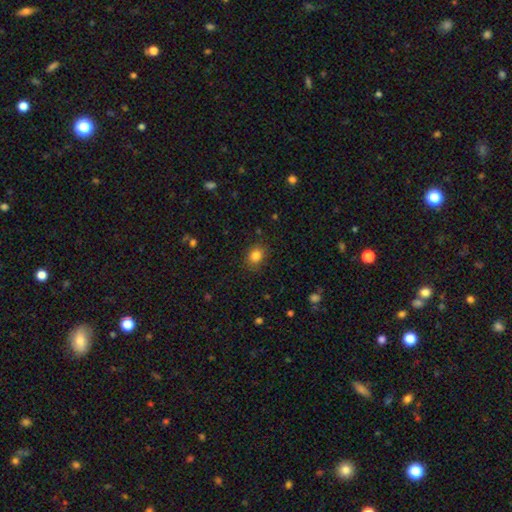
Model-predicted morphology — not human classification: The model was most divided on "how rounded": round: 55%, in between: 45%, cigar-shaped: 1%. More confident: smooth or featured — smooth (84%); merging — none (83%).